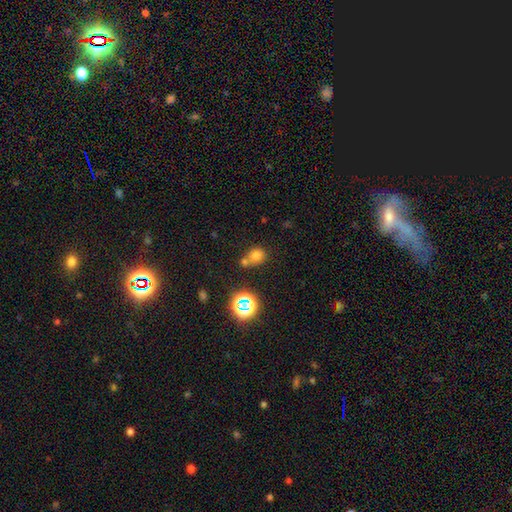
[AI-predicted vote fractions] Morphology: type=smooth (69%); roundness=round (73%); merging=none (47%).